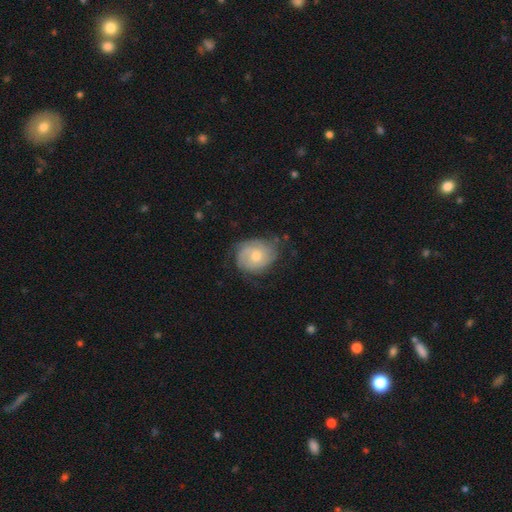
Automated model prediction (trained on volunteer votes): Smooth or featured? Predicted: featured or disk (p=0.59). Edge-on disk? Predicted: no (p=0.97). Bar? Predicted: no (p=0.76). Spiral arms? Predicted: yes (p=0.86). Bulge size? Predicted: moderate (p=0.63). Merging? Predicted: none (p=0.66).